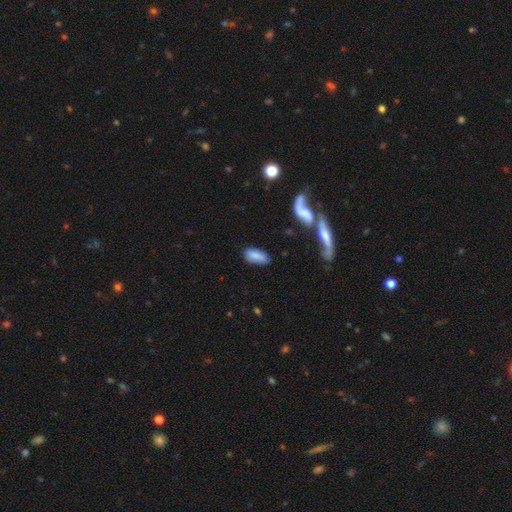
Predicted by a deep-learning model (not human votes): This appears to be a smooth galaxy with no disk features (80%) that is in between round and cigar-shaped (88%). Merging: none (73%).